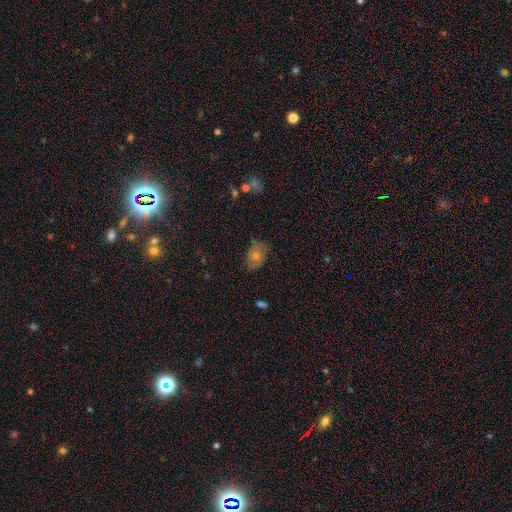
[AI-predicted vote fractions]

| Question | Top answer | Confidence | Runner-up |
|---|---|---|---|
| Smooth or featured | smooth | 47% | featured or disk (28%) |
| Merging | none | 72% | minor disturbance (20%) |